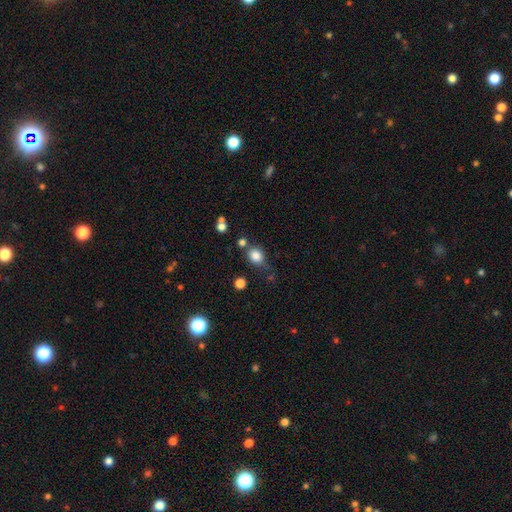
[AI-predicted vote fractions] smooth_or_featured: smooth (p=0.83) [alt: star or artifact p=0.11]
how_rounded: round (p=0.65) [alt: in between p=0.33]
merging: none (p=0.64) [alt: minor disturbance p=0.18]